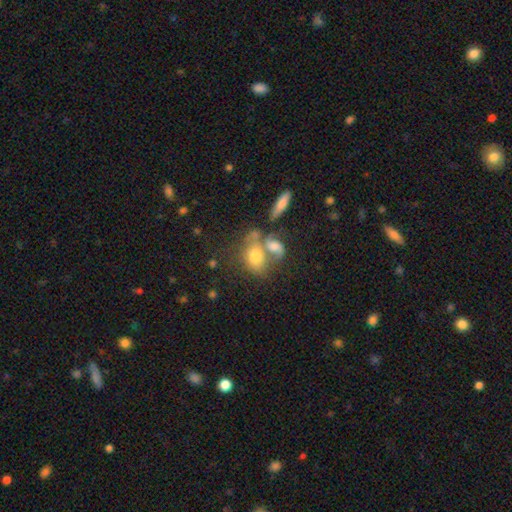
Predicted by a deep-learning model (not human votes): This appears to be a smooth galaxy with no disk features (63%) that is in between round and cigar-shaped (70%). Merging: merger (50%).